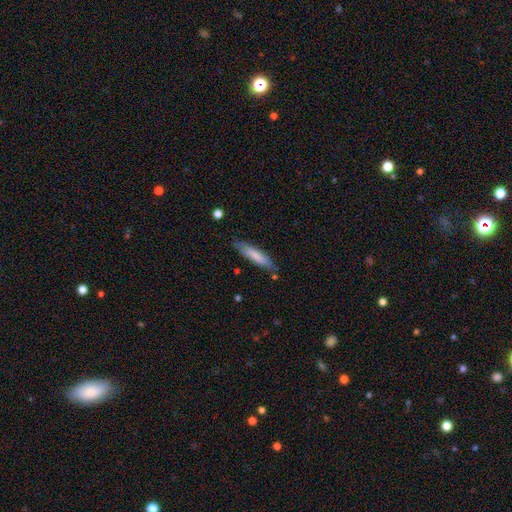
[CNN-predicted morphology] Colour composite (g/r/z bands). It shows a smooth galaxy with no disk features (76%) that is cigar-shaped (78%). Merging: none (78%).